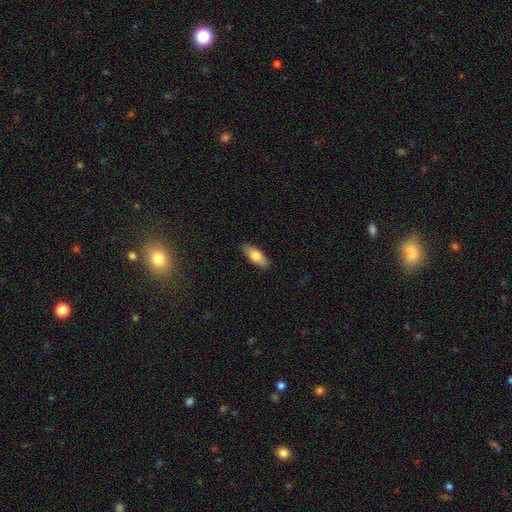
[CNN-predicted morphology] A smooth galaxy with no disk features (72%) that is in between round and cigar-shaped (74%).

Vote fractions:
- Smooth or featured? smooth: 72% / featured or disk: 22% / star or artifact: 6%
- How rounded? in between: 74% / cigar-shaped: 24% / round: 3%
- Merging? none: 89% / minor disturbance: 8% / major disturbance: 2% / merger: 1%